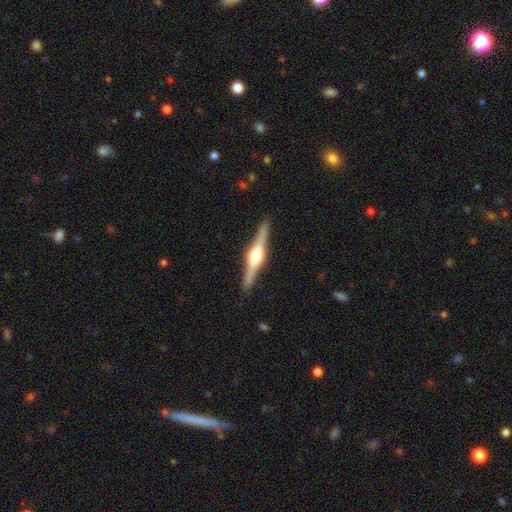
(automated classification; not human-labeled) Smooth or featured: featured or disk — 83% (smooth — 12%)
Edge-on disk: yes — 98% (no — 2%)
Edge-on bulge: rounded — 92% (boxy — 6%)
Merging: none — 91% (minor disturbance — 7%)